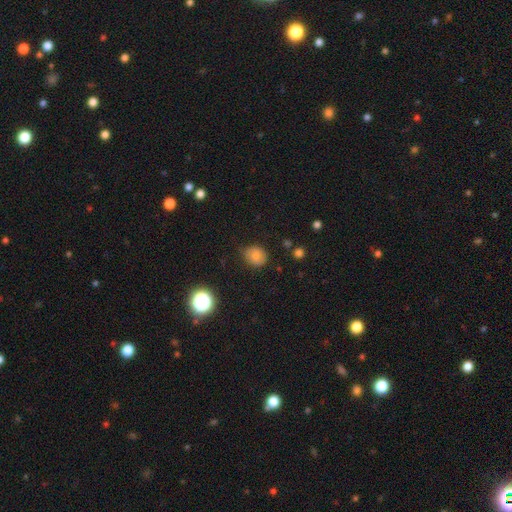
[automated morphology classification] smooth_or_featured: smooth (p=0.77) [alt: star or artifact p=0.13]
how_rounded: round (p=0.65) [alt: in between p=0.35]
merging: none (p=0.72) [alt: minor disturbance p=0.22]